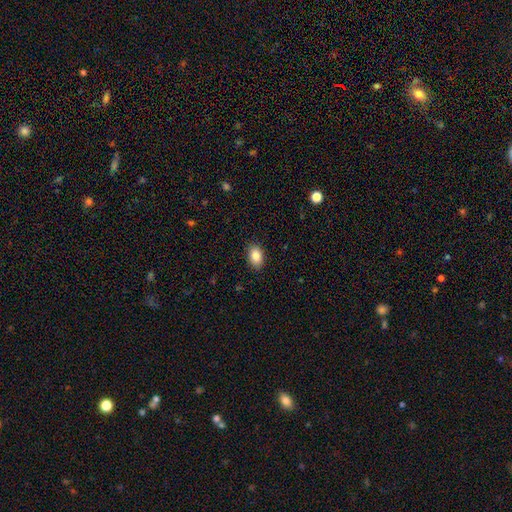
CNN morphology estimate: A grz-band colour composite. It shows a smooth galaxy with no disk features (87%) that is in between round and cigar-shaped (87%). Merging: none (88%).